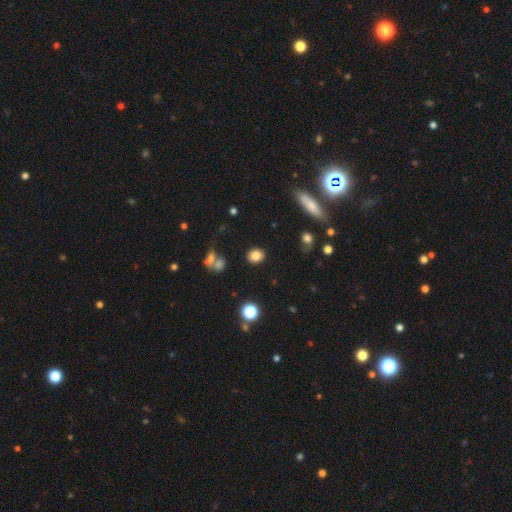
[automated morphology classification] This appears to be a smooth galaxy with no disk features (82%) that is round (62%). Merging: none (86%).